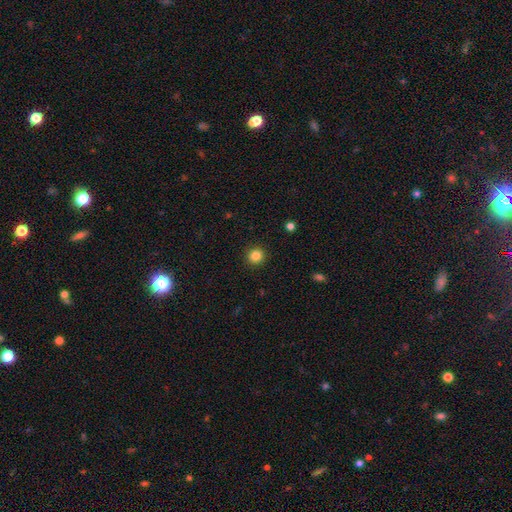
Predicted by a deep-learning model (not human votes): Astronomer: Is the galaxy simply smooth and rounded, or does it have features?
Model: smooth — 84%.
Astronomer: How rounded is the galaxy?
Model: round — 93%.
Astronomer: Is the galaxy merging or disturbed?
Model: none — 92%.